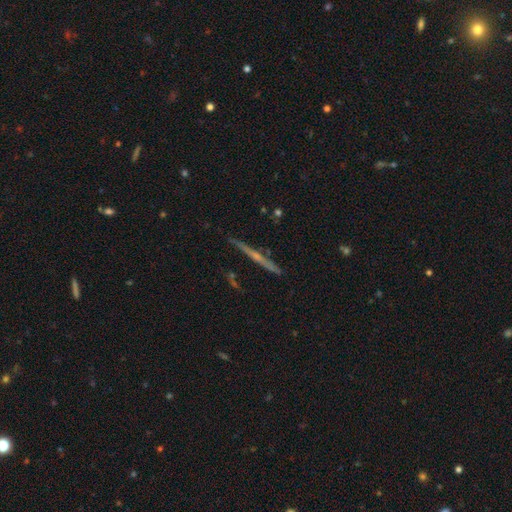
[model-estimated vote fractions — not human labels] Q: Smooth or featured?
A: featured or disk (74%); runner-up: smooth (19%)
Q: Edge-on disk?
A: yes (98%); runner-up: no (2%)
Q: Edge-on bulge?
A: rounded (60%); runner-up: none (34%)
Q: Merging?
A: none (89%); runner-up: minor disturbance (8%)